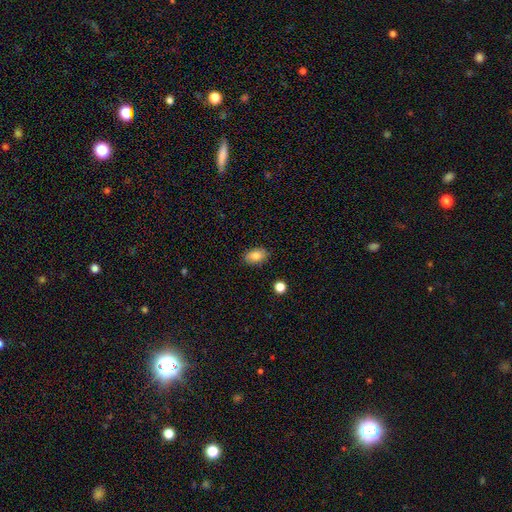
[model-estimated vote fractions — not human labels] This is likely a smooth galaxy (80%). How rounded: clearly in between (89%). Merging: clearly none (85%).